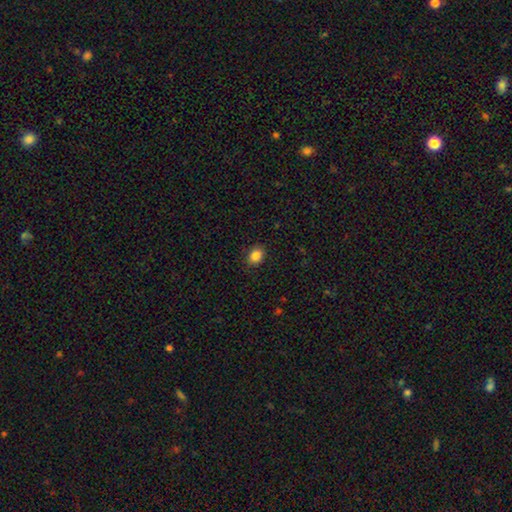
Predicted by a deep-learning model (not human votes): Morphology: type=smooth (86%); roundness=in between (60%); merging=none (87%).